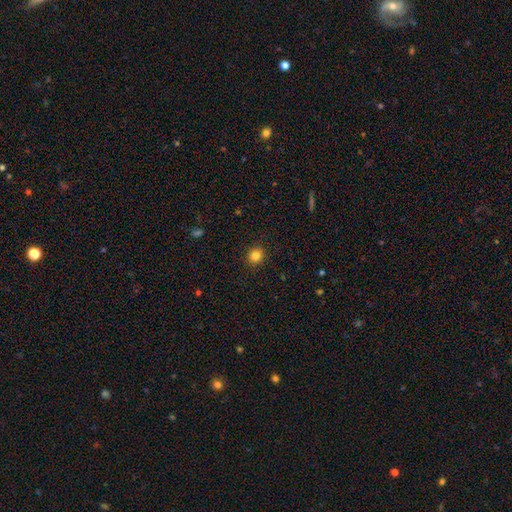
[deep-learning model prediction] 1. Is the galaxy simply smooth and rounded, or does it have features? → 83% smooth, 12% star or artifact, 5% featured or disk.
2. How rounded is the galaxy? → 87% round, 12% in between, 1% cigar-shaped.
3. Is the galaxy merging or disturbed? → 92% none, 5% minor disturbance, 2% major disturbance, 1% merger.